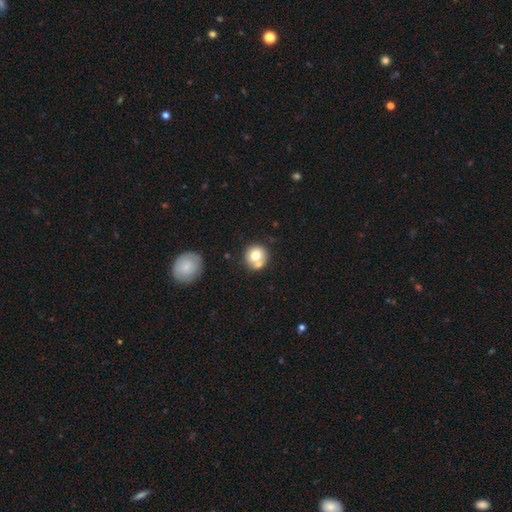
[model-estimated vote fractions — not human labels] This appears to be a smooth galaxy with no disk features (72%) that is round (92%). Merging: none (59%).